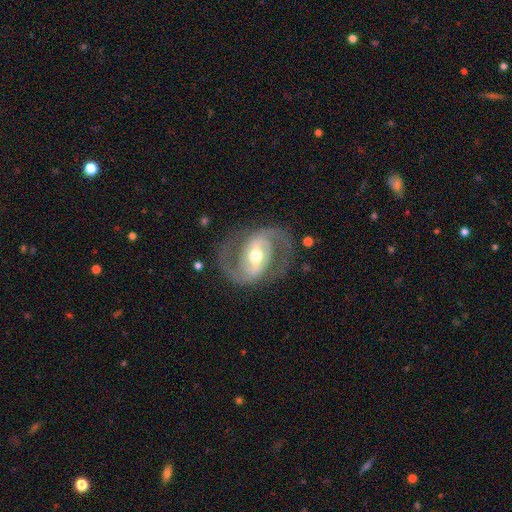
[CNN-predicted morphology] featured or disk 90%, smooth 6%, star or artifact 4%. Down the decision tree: edge-on disk — no (97%); bar — strong (44%); spiral arms — yes (94%); spiral arm count — 2 (93%); spiral winding — medium (60%); bulge size — moderate (72%); merging — none (79%).